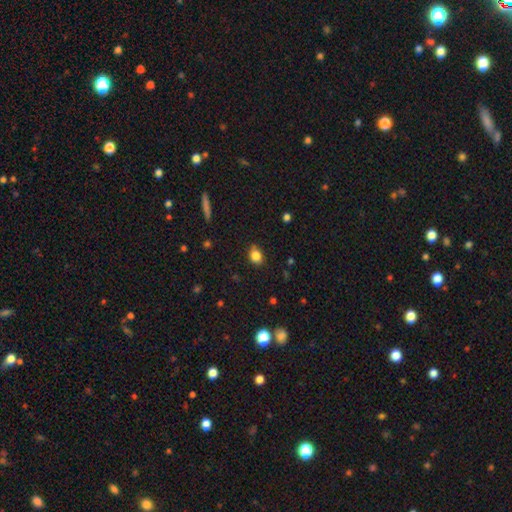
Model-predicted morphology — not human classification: This appears to be a smooth galaxy with no disk features (84%) that is in between round and cigar-shaped (61%). Merging: none (80%).